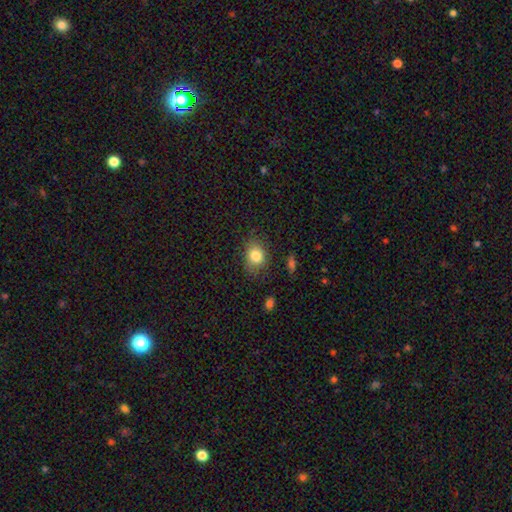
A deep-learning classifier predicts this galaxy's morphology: Smooth or featured? smooth (83%)
How rounded? in between (60%)
Merging? none (75%)